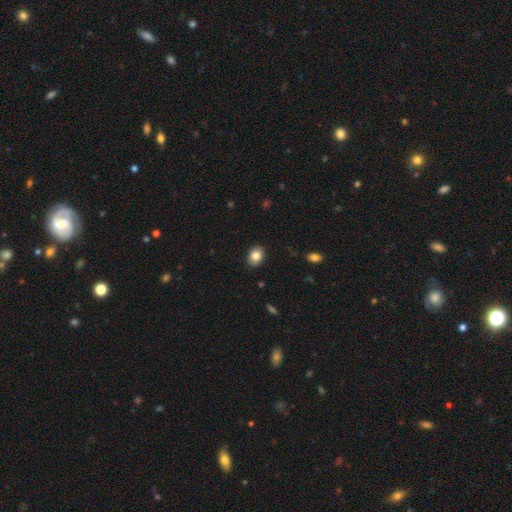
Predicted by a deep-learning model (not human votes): smooth 83%, star or artifact 8%, featured or disk 8%. Down the decision tree: how rounded — in between (64%); merging — none (88%).